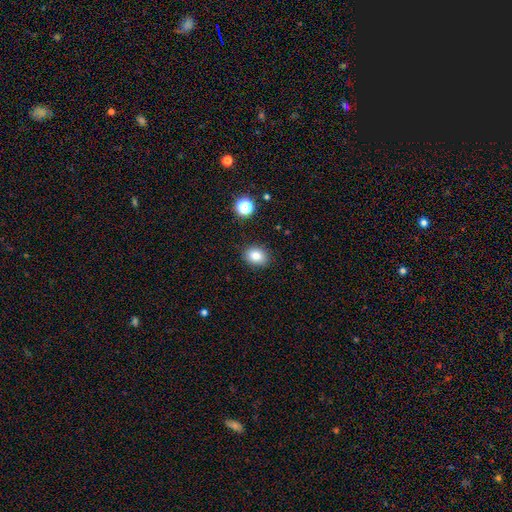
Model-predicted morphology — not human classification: type=smooth (83%); roundness=in between (58%); merging=none (87%).